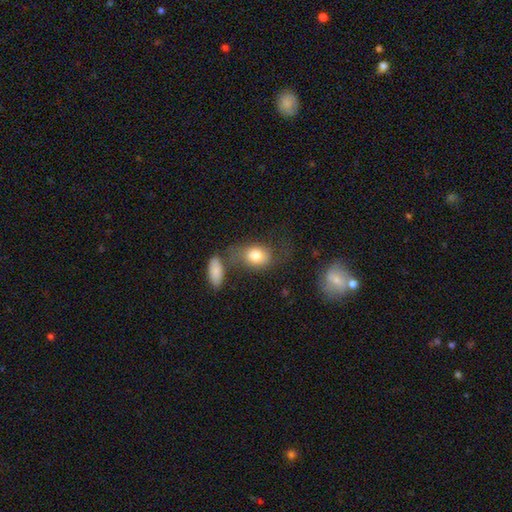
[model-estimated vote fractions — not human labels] smooth_or_featured: smooth (p=0.78) [alt: featured or disk p=0.14]
how_rounded: in between (p=0.68) [alt: round p=0.30]
merging: none (p=0.43) [alt: minor disturbance p=0.21]